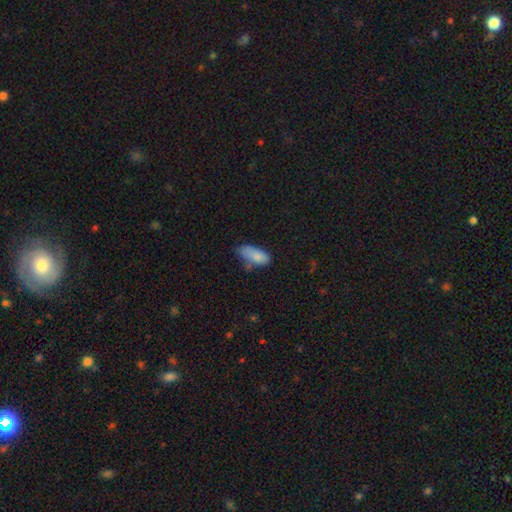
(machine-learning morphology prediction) Smooth or featured?
  - smooth: 83% *
  - featured or disk: 9%
  - star or artifact: 7%
How rounded?
  - in between: 85% *
  - cigar-shaped: 12%
  - round: 3%
Merging?
  - none: 46% *
  - minor disturbance: 33%
  - major disturbance: 11%
  - merger: 10%